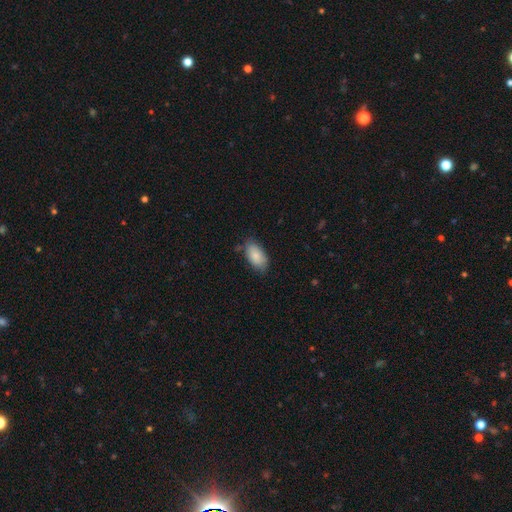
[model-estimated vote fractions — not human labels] Smooth or featured?
  - smooth: 86% *
  - featured or disk: 8%
  - star or artifact: 6%
How rounded?
  - in between: 94% *
  - round: 3%
  - cigar-shaped: 3%
Merging?
  - none: 74% *
  - minor disturbance: 20%
  - major disturbance: 4%
  - merger: 2%